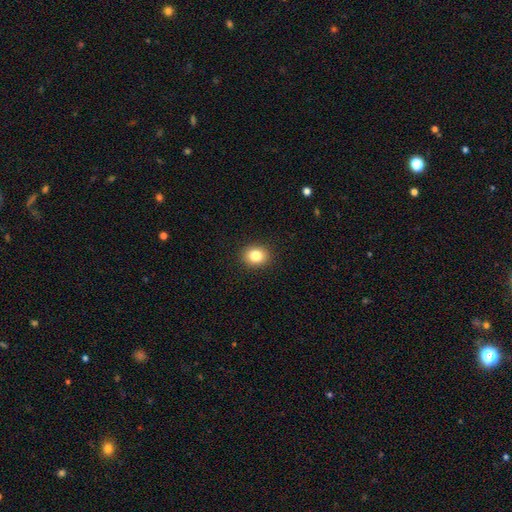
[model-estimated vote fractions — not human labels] This appears to be a smooth galaxy with no disk features (83%) that is round (63%). Merging: none (91%).